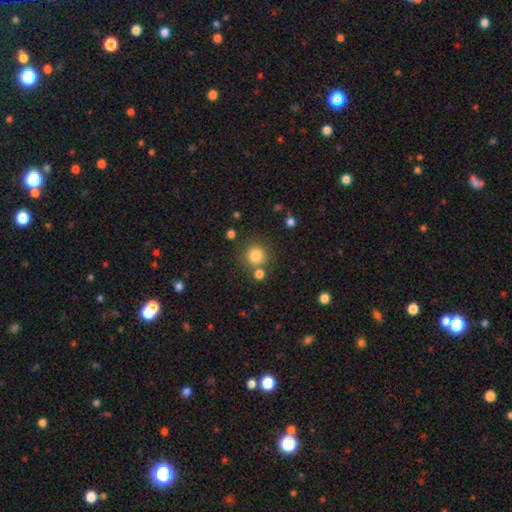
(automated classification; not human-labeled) A smooth galaxy with no disk features (82%) that is round (93%). Merging: none (76%).